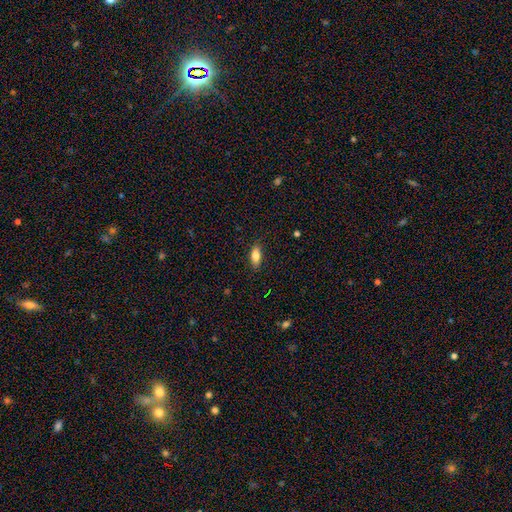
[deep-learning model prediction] Smooth or featured? smooth (80%)
How rounded? in between (81%)
Merging? none (86%)